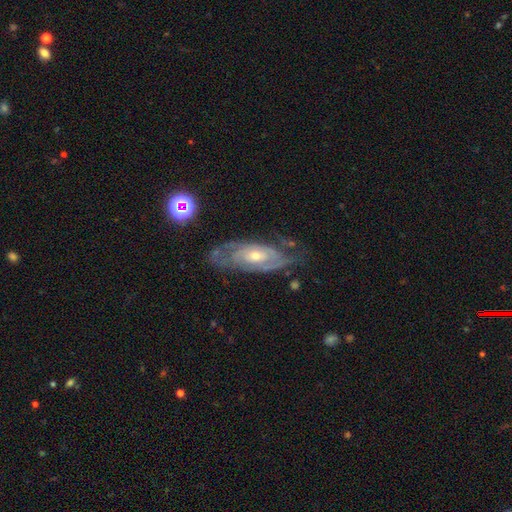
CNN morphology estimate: type=featured or disk (83%); edge-on=no (91%); bar=no (62%); spiral arms=yes (91%); winding=tight (62%); arm count=2 (45%); bulge=moderate (50%); merging=none (66%).